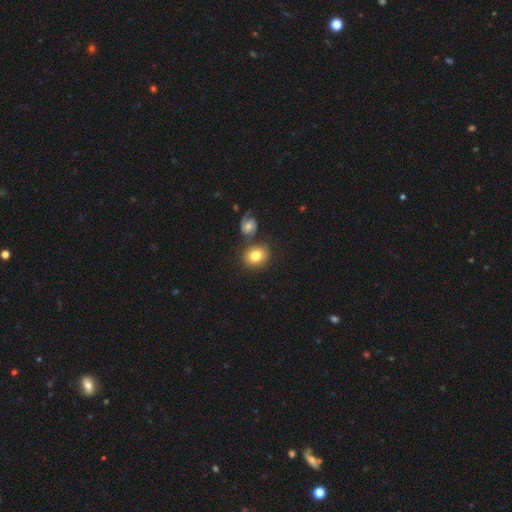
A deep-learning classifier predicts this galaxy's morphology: smooth-or-featured: smooth: 77% | featured or disk: 15% | star or artifact: 8%
  how-rounded: round: 67% | in between: 32% | cigar-shaped: 1%
  merging: none: 69% | merger: 15% | minor disturbance: 11% | major disturbance: 4%